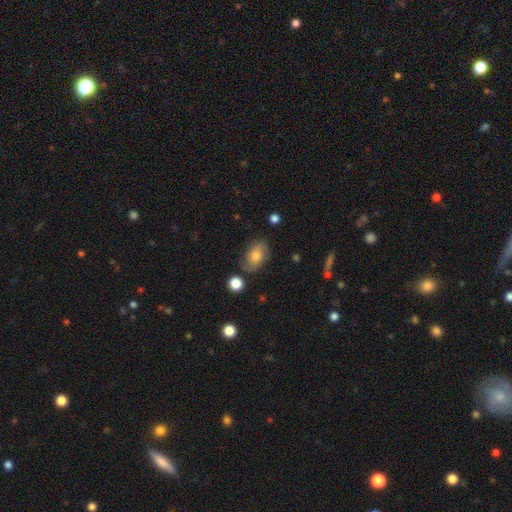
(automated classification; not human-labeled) Smooth or featured?
  - smooth: 50% *
  - featured or disk: 41%
  - star or artifact: 9%
How rounded?
  - in between: 80% *
  - round: 18%
  - cigar-shaped: 2%
Merging?
  - none: 72% *
  - minor disturbance: 19%
  - major disturbance: 6%
  - merger: 3%